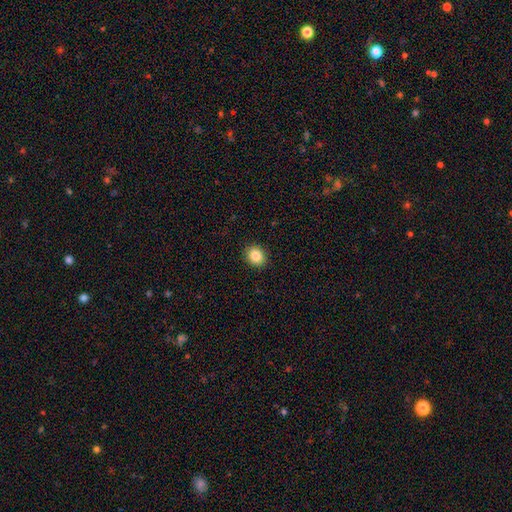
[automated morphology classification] Q: Smooth or featured?
A: smooth (85%); runner-up: star or artifact (9%)
Q: How rounded?
A: round (64%); runner-up: in between (35%)
Q: Merging?
A: none (91%); runner-up: minor disturbance (6%)